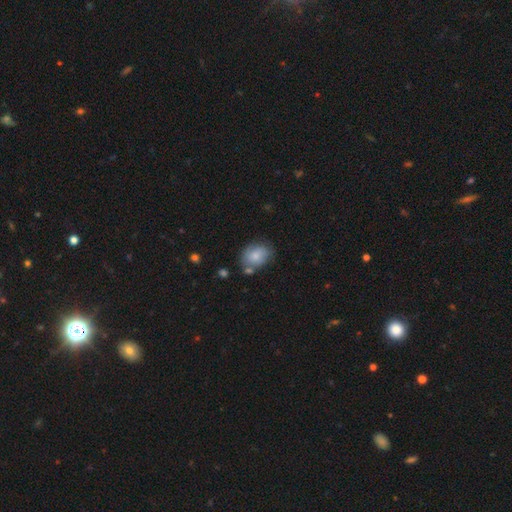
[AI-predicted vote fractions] Overall: smooth (79%). How rounded: in between (66%; round 33%). Merging: none (61%; minor disturbance 22%).